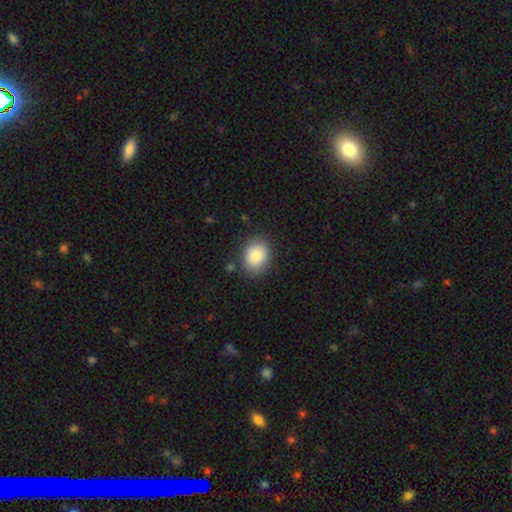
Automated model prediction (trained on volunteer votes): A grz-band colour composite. It shows a smooth galaxy with no disk features (85%) that is round (52%). Merging: none (82%).